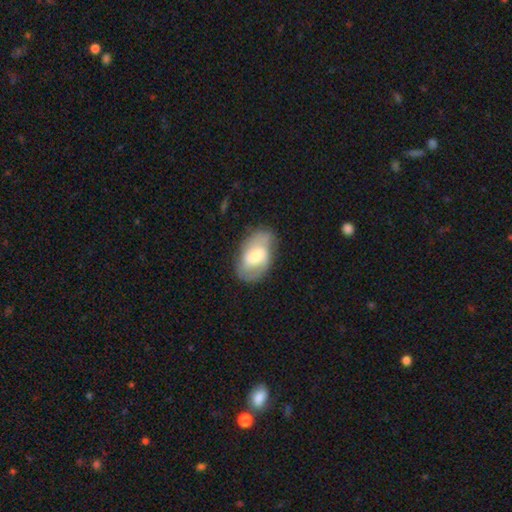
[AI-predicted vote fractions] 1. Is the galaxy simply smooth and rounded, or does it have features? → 52% featured or disk, 41% smooth, 7% star or artifact.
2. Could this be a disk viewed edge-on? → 95% no, 5% yes.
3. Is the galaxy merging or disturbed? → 69% none, 22% minor disturbance, 8% major disturbance, 2% merger.